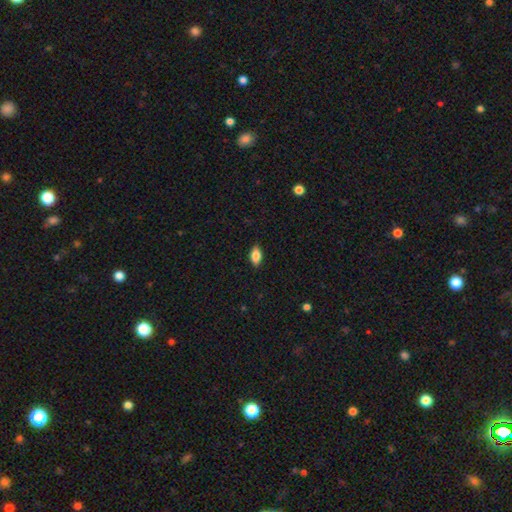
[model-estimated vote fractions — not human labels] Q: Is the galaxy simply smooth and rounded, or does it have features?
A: smooth — 75%.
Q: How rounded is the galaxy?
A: in between — 88%.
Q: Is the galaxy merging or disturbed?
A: none — 87%.